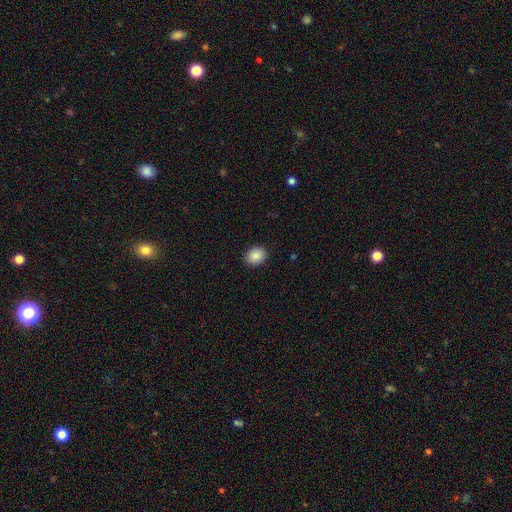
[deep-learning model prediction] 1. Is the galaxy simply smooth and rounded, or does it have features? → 88% smooth, 9% star or artifact, 3% featured or disk.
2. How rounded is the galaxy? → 63% round, 36% in between, 1% cigar-shaped.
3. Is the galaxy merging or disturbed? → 91% none, 6% minor disturbance, 2% major disturbance, 1% merger.